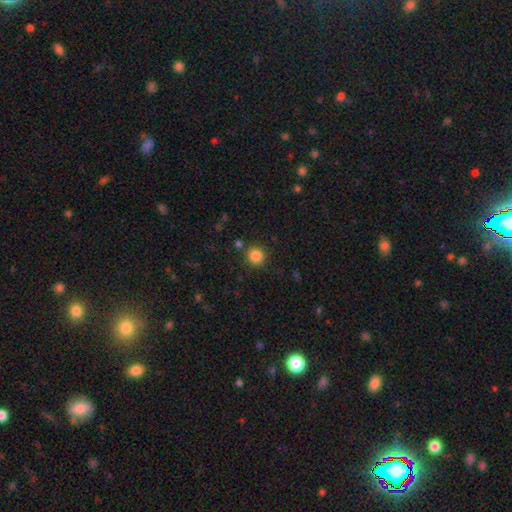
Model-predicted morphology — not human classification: Smooth or featured?
  - smooth: 85% *
  - star or artifact: 11%
  - featured or disk: 4%
How rounded?
  - round: 91% *
  - in between: 8%
  - cigar-shaped: 1%
Merging?
  - none: 86% *
  - minor disturbance: 7%
  - merger: 4%
  - major disturbance: 3%